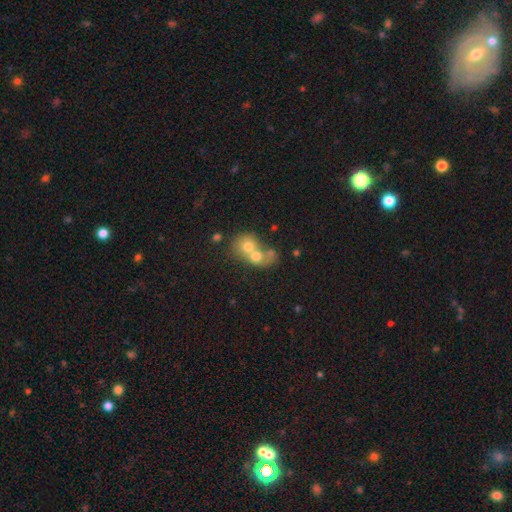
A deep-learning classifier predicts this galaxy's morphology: A smooth galaxy with no disk features (62%) that is round (63%).

Vote fractions:
- Smooth or featured? smooth: 62% / featured or disk: 27% / star or artifact: 11%
- How rounded? round: 63% / in between: 35% / cigar-shaped: 1%
- Merging? merger: 76% / none: 15% / minor disturbance: 5% / major disturbance: 4%